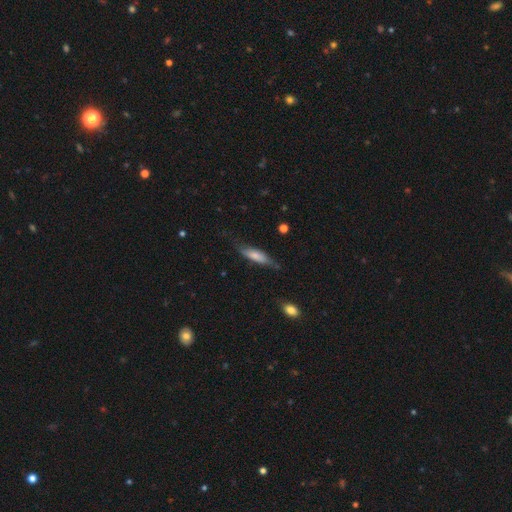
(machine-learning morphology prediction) The model was most divided on "how rounded": cigar-shaped: 63%, in between: 35%, round: 2%. More confident: smooth or featured — smooth (65%); merging — none (63%).